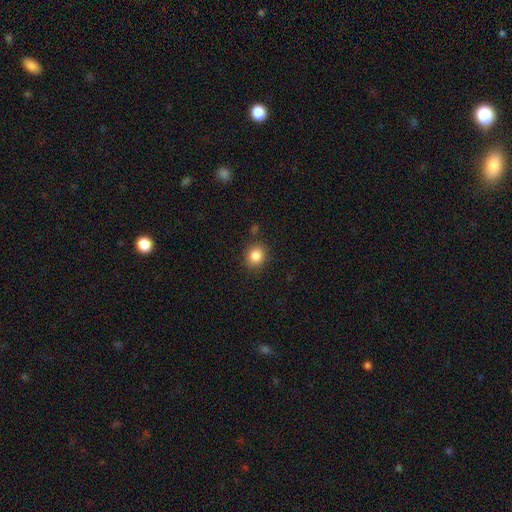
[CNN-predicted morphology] type=smooth (85%); roundness=round (75%); merging=none (86%).